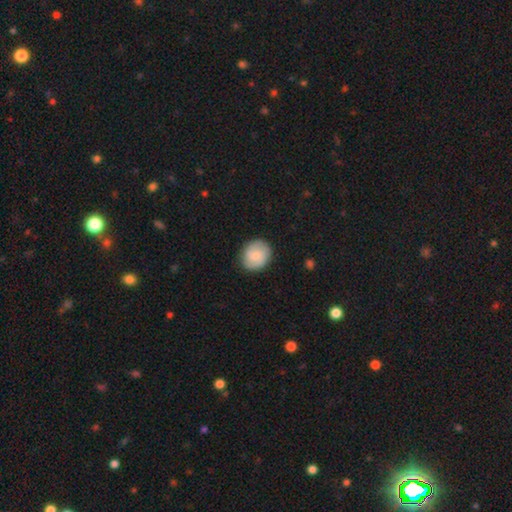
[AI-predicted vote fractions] This appears to be a smooth galaxy with no disk features (48%). Merging: none (87%).